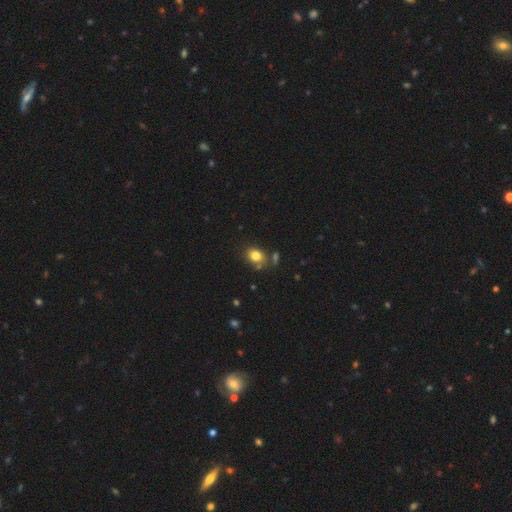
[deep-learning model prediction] A smooth galaxy with no disk features (81%) that is in between round and cigar-shaped (61%).

Vote fractions:
- Smooth or featured? smooth: 81% / star or artifact: 11% / featured or disk: 8%
- How rounded? in between: 61% / round: 38% / cigar-shaped: 1%
- Merging? none: 69% / minor disturbance: 16% / merger: 11% / major disturbance: 5%